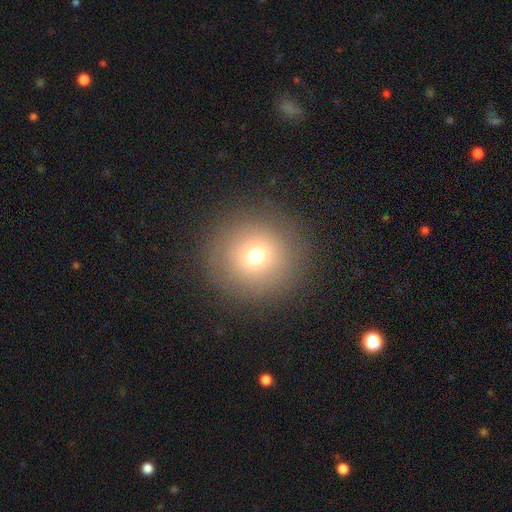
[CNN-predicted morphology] smooth 70%, star or artifact 17%, featured or disk 13%. Down the decision tree: how rounded — round (95%); merging — none (88%).